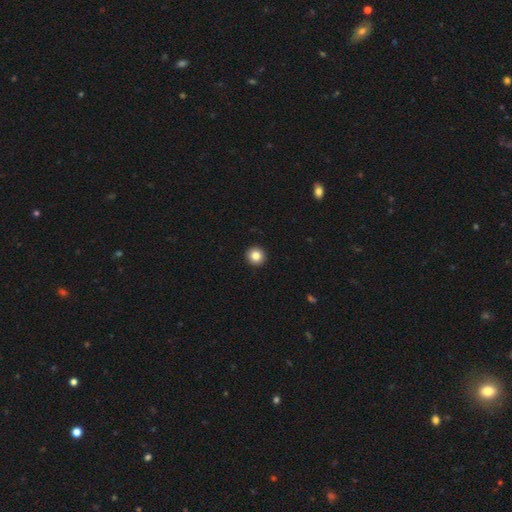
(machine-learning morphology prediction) smooth-or-featured: smooth: 84% | star or artifact: 10% | featured or disk: 6%
  how-rounded: round: 95% | in between: 4% | cigar-shaped: 1%
  merging: none: 94% | minor disturbance: 4% | major disturbance: 1% | merger: 1%